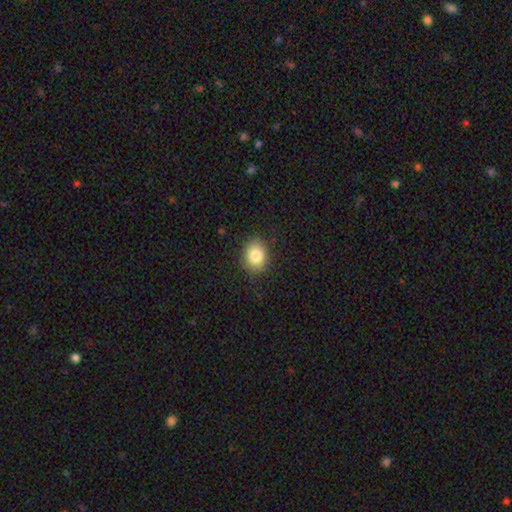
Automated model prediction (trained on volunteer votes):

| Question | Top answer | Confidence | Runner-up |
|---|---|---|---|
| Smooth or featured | smooth | 85% | star or artifact (9%) |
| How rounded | in between | 52% | round (47%) |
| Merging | none | 86% | minor disturbance (11%) |